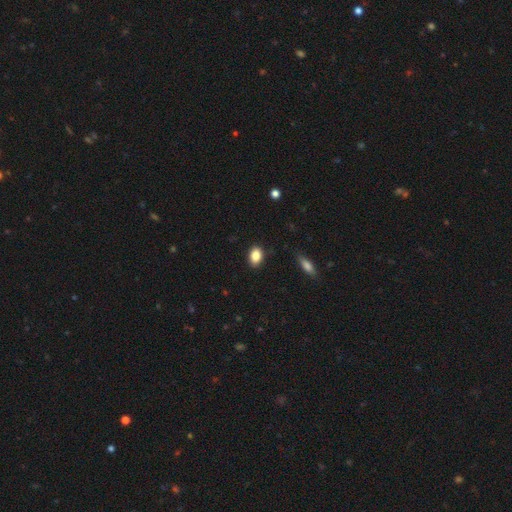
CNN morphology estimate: Smooth or featured? Predicted: smooth (p=0.85). How rounded? Predicted: in between (p=0.84). Merging? Predicted: none (p=0.87).